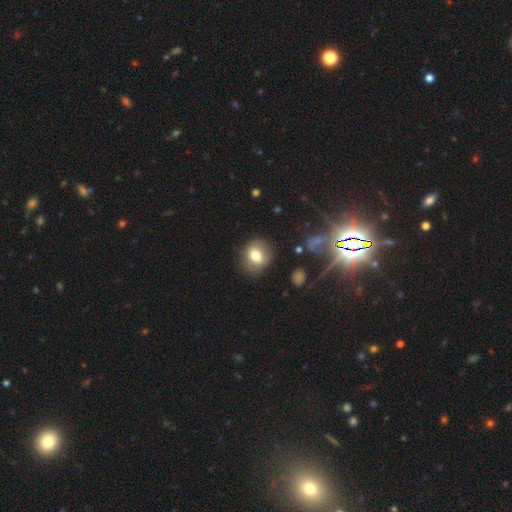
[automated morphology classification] A smooth galaxy with no disk features (70%) that is round (69%).

Vote fractions:
- Smooth or featured? smooth: 70% / featured or disk: 21% / star or artifact: 9%
- How rounded? round: 69% / in between: 30% / cigar-shaped: 1%
- Merging? none: 81% / minor disturbance: 13% / major disturbance: 4% / merger: 2%